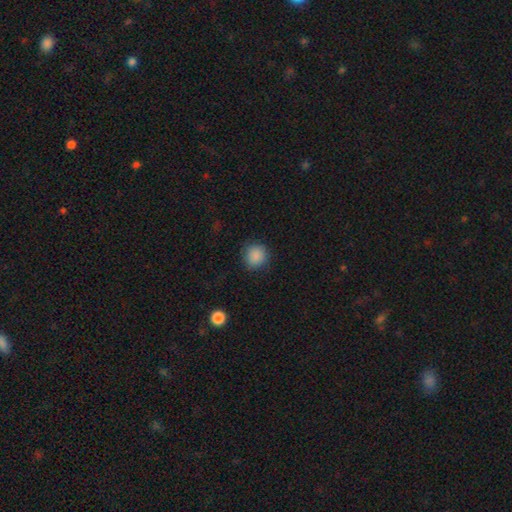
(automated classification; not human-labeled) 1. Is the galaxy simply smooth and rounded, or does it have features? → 88% smooth, 9% star or artifact, 3% featured or disk.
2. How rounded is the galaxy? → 90% round, 9% in between, 1% cigar-shaped.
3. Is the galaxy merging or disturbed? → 87% none, 9% minor disturbance, 3% major disturbance, 1% merger.